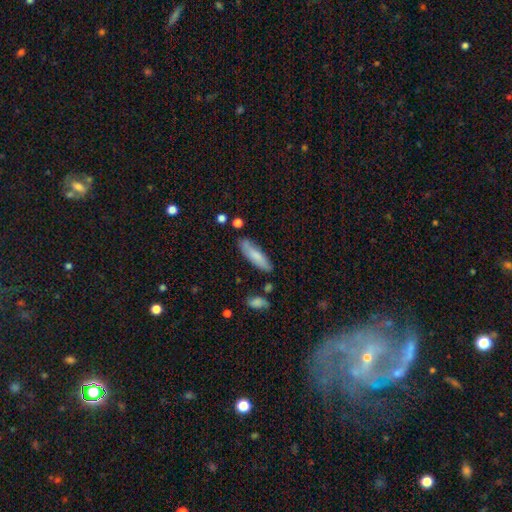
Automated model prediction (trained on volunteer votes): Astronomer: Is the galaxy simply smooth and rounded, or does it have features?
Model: smooth — 79%.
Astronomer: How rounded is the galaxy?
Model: cigar-shaped — 60% (runner-up: in between, 39%).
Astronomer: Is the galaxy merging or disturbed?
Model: none — 76%.